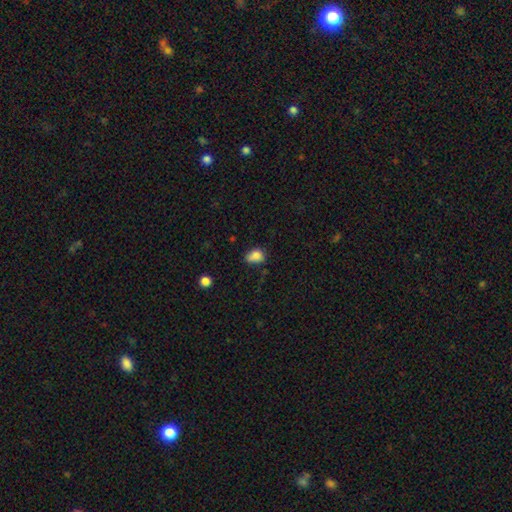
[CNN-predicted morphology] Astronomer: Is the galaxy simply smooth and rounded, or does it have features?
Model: smooth — 83%.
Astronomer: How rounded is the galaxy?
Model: in between — 66%.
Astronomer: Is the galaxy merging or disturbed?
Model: none — 53% (runner-up: minor disturbance, 34%).